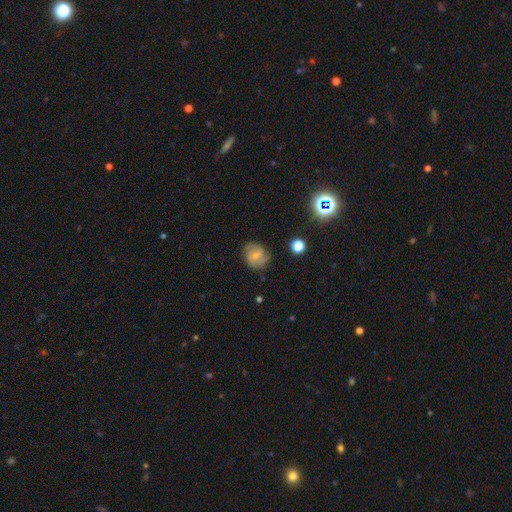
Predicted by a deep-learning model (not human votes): smooth 48%, featured or disk 42%, star or artifact 10%. Down the decision tree: merging — none (68%).